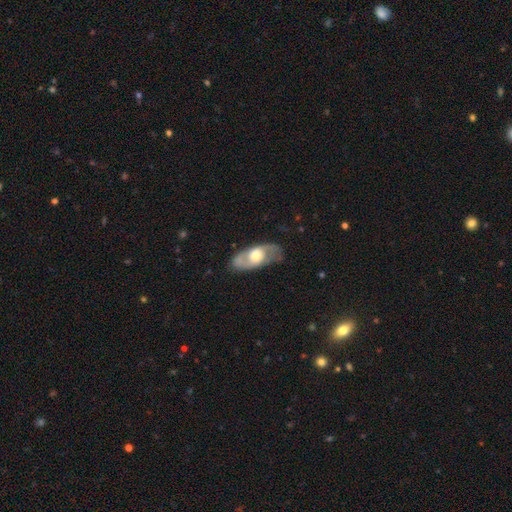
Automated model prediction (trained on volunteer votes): Smooth or featured? Predicted: featured or disk (p=0.63). Edge-on disk? Predicted: no (p=0.83). Bar? Predicted: no (p=0.72). Spiral arms? Predicted: yes (p=0.61). Bulge size? Predicted: moderate (p=0.52). Merging? Predicted: none (p=0.72).